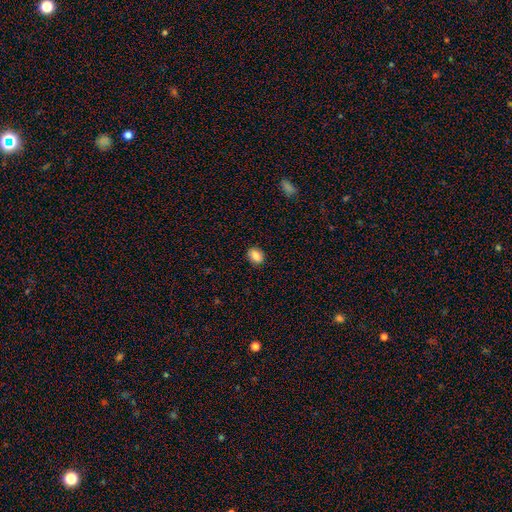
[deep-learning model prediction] Smooth or featured: smooth — 84% (star or artifact — 9%)
How rounded: in between — 62% (round — 37%)
Merging: none — 89% (minor disturbance — 8%)